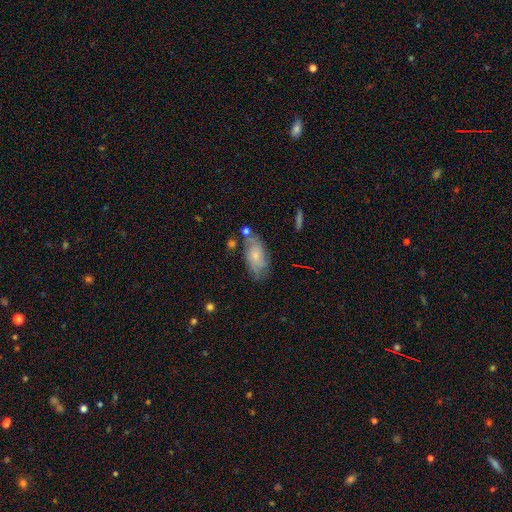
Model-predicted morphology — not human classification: This is possibly a smooth galaxy (49%). Merging: likely none (62%).